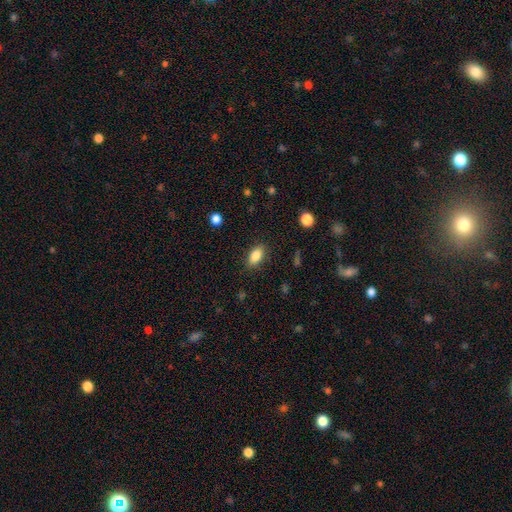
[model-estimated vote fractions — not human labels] smooth_or_featured: smooth (p=0.86) [alt: star or artifact p=0.08]
how_rounded: in between (p=0.89) [alt: round p=0.05]
merging: none (p=0.86) [alt: minor disturbance p=0.10]